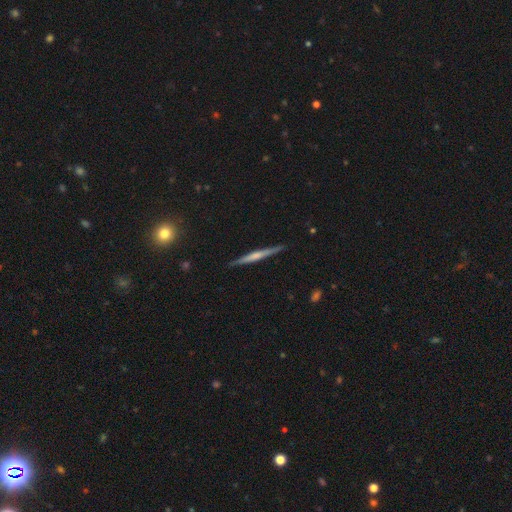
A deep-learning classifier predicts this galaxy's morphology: Smooth or featured: featured or disk — 60% (smooth — 33%)
Edge-on disk: yes — 98% (no — 2%)
Edge-on bulge: none — 42% (rounded — 40%)
Merging: none — 89% (minor disturbance — 8%)